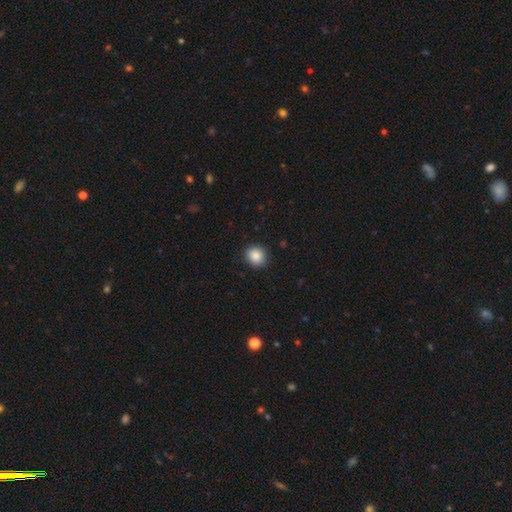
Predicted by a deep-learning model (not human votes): A smooth galaxy with no disk features (87%) that is round (77%). Merging: none (90%).